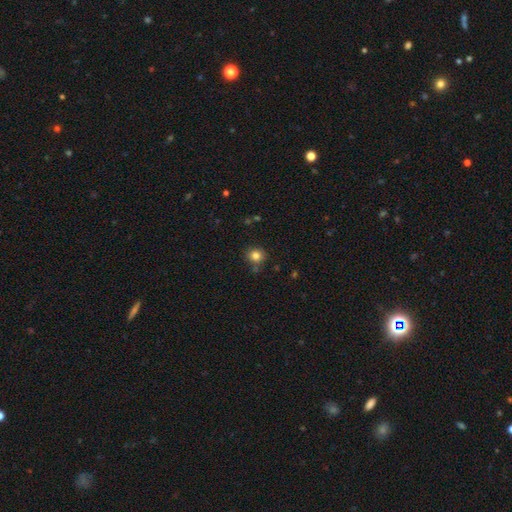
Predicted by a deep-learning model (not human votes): Smooth or featured: smooth — 82% (star or artifact — 12%)
How rounded: round — 88% (in between — 11%)
Merging: none — 79% (minor disturbance — 13%)